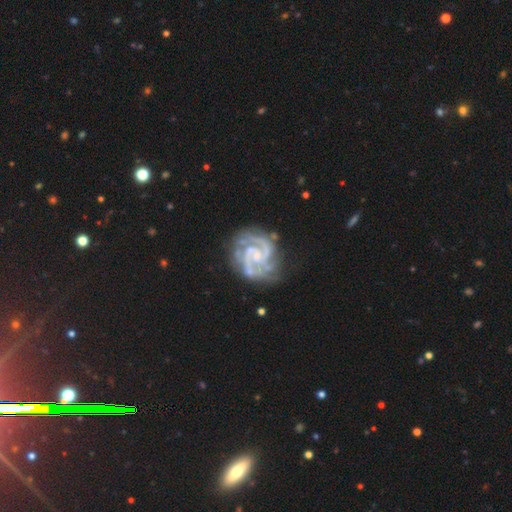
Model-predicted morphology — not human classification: Smooth or featured: featured or disk — 93% (star or artifact — 4%)
Edge-on disk: no — 98% (yes — 2%)
Bar: no — 51% (weak — 38%)
Spiral arms: yes — 99% (no — 1%)
Spiral winding: tight — 50% (medium — 44%)
Spiral arm count: 2 — 74% (3 — 14%)
Bulge size: small — 67% (moderate — 20%)
Merging: none — 69% (minor disturbance — 19%)